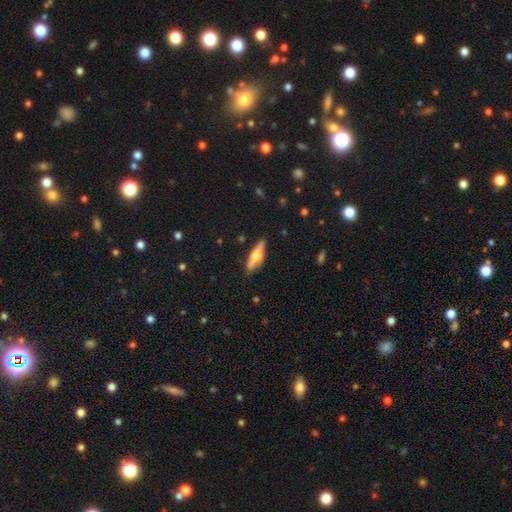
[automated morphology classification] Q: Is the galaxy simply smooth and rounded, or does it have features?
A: smooth — 52%.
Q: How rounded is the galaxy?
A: cigar-shaped — 53%.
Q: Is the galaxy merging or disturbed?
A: none — 77%.